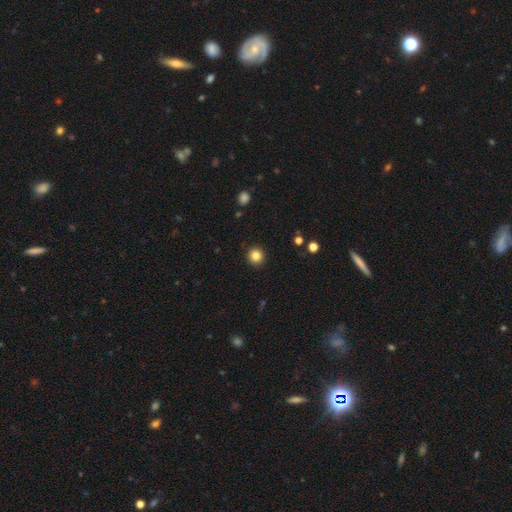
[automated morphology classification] A smooth galaxy with no disk features (84%) that is round (94%).

Vote fractions:
- Smooth or featured? smooth: 84% / star or artifact: 11% / featured or disk: 5%
- How rounded? round: 94% / in between: 5% / cigar-shaped: 1%
- Merging? none: 93% / minor disturbance: 5% / major disturbance: 2% / merger: 1%